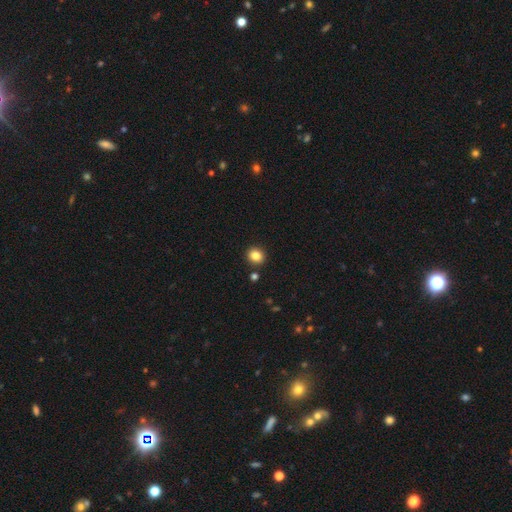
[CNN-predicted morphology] smooth-or-featured: smooth: 84% | star or artifact: 11% | featured or disk: 5%
  how-rounded: round: 81% | in between: 18% | cigar-shaped: 1%
  merging: none: 89% | minor disturbance: 6% | merger: 4% | major disturbance: 2%